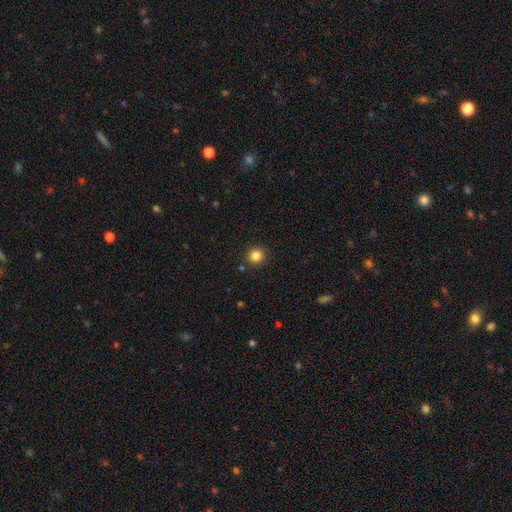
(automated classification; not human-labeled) Smooth or featured? smooth (84%)
How rounded? round (91%)
Merging? none (89%)